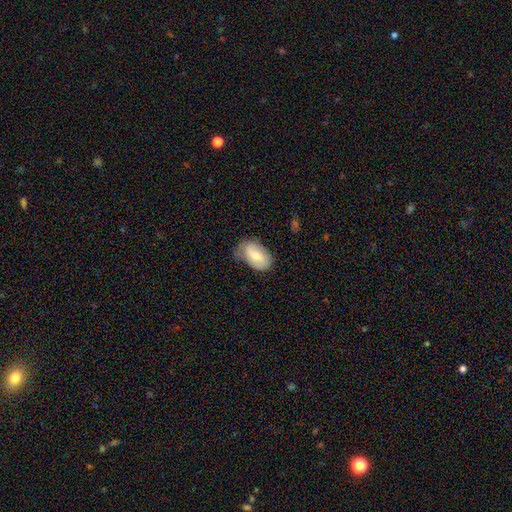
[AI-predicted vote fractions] This is likely a smooth galaxy (67%). How rounded: clearly in between (92%). Merging: possibly none (49%).